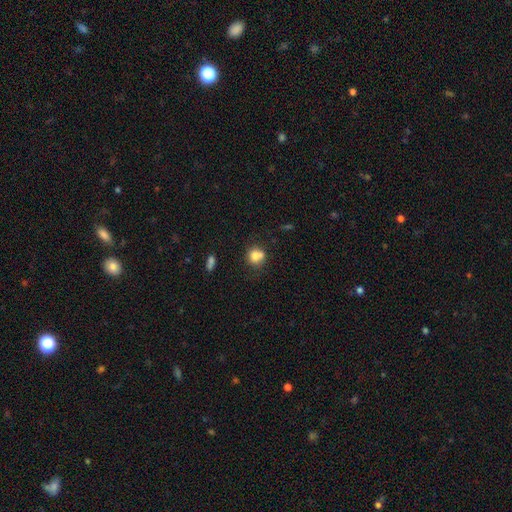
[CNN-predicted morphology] Smooth or featured? Predicted: smooth (p=0.77). How rounded? Predicted: round (p=0.77). Merging? Predicted: none (p=0.48).